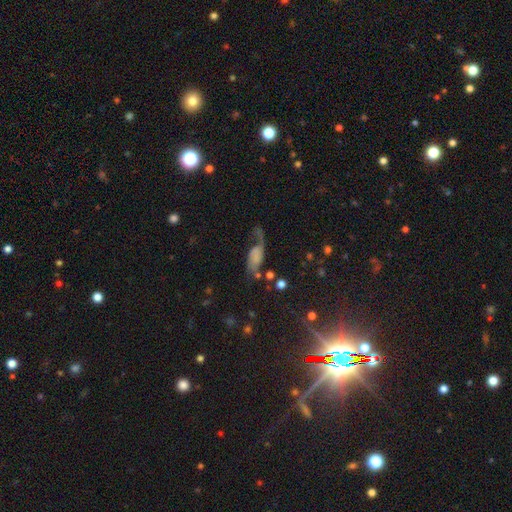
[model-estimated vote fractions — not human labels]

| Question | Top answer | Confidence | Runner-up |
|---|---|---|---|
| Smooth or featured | featured or disk | 51% | smooth (37%) |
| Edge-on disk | no | 92% | yes (8%) |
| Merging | major disturbance | 41% | none (28%) |